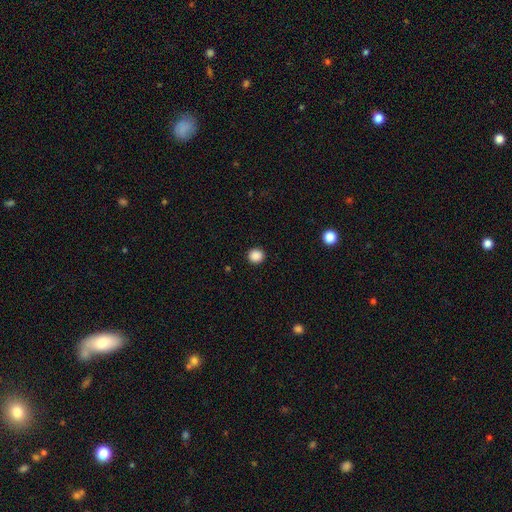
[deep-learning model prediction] Morphology: type=smooth (88%); roundness=round (92%); merging=none (93%).